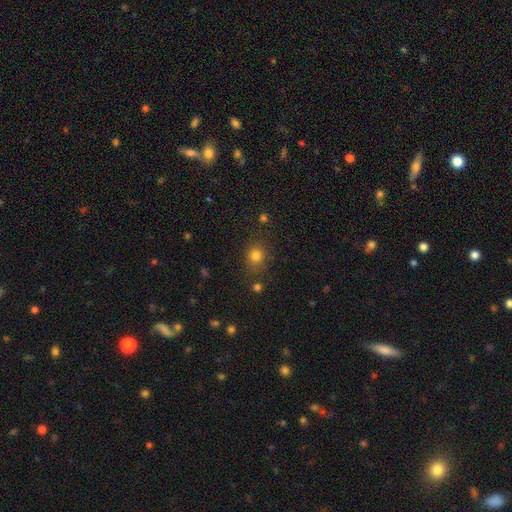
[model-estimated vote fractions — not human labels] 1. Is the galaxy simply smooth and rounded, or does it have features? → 80% smooth, 14% star or artifact, 6% featured or disk.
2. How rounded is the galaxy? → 77% round, 22% in between, 1% cigar-shaped.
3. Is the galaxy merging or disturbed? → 79% none, 13% minor disturbance, 4% major disturbance, 4% merger.